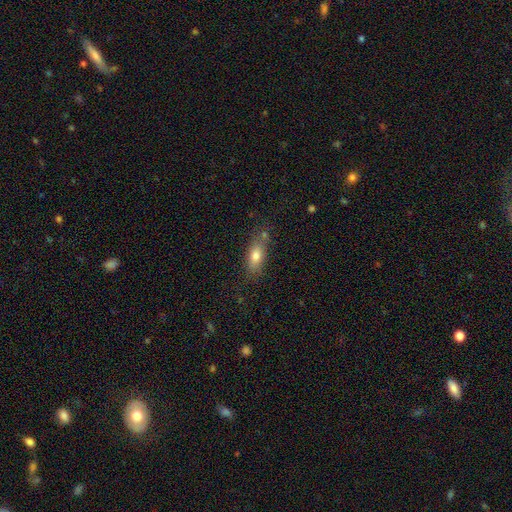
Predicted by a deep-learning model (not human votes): This appears to be a smooth galaxy with no disk features (76%) that is in between round and cigar-shaped (76%). Merging: none (68%).